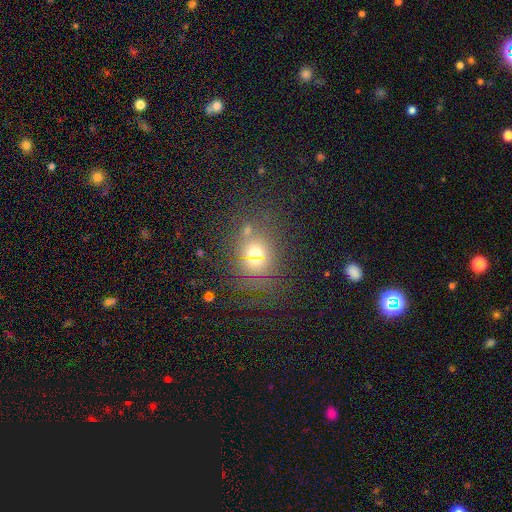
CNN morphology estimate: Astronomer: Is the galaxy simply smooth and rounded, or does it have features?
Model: smooth — 58%.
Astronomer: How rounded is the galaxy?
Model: round — 72%.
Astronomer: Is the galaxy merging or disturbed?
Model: none — 71%.